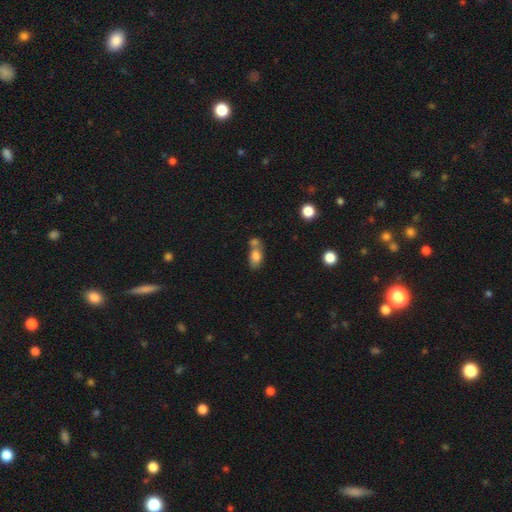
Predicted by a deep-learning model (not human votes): Smooth or featured? smooth (79%)
How rounded? in between (83%)
Merging? merger (50%)